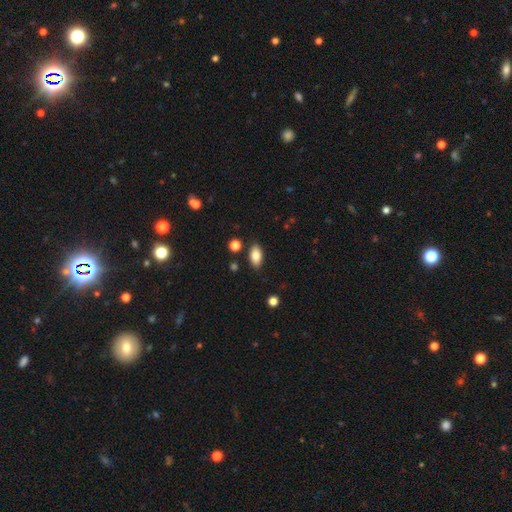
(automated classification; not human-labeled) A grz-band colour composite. It shows a smooth galaxy with no disk features (83%) that is in between round and cigar-shaped (91%). Merging: none (86%).